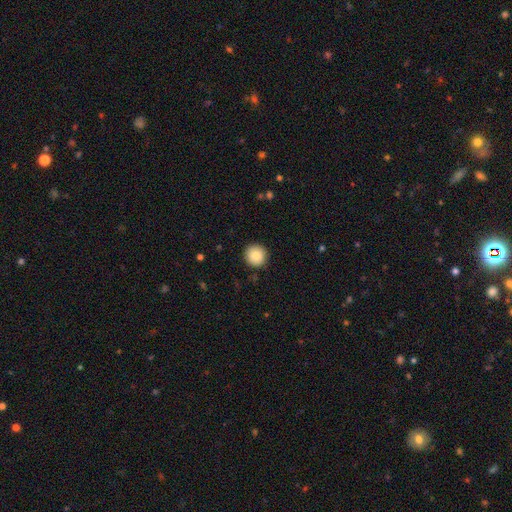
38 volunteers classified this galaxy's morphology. A smooth galaxy with no disk features (95%) that is round (92%). Merging: none (97%).